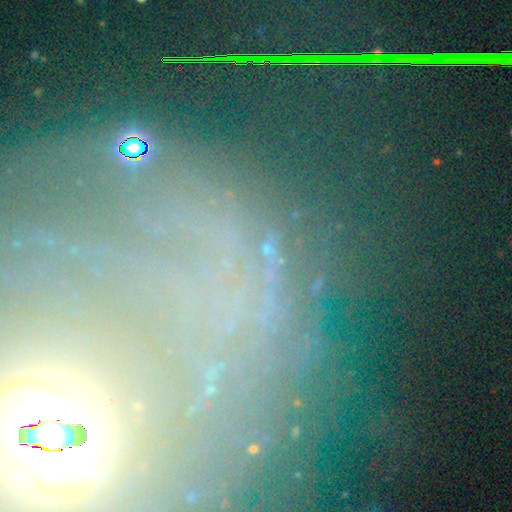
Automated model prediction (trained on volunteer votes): Overall: star or artifact (67%).